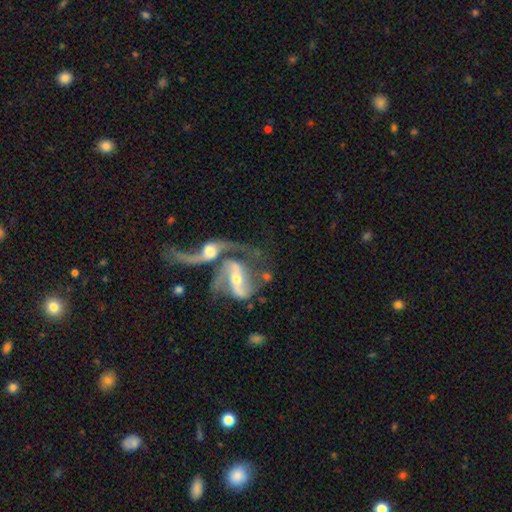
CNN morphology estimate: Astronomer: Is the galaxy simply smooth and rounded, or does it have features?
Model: featured or disk — 79%.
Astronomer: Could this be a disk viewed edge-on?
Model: no — 94%.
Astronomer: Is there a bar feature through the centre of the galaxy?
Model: weak — 39% (runner-up: no, 37%).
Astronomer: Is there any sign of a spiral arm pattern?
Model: yes — 84%.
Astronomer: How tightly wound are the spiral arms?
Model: loose — 40% (runner-up: medium, 39%).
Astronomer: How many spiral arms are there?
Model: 2 — 61%.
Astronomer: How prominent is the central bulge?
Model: moderate — 50% (runner-up: small, 39%).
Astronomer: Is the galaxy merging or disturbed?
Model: merger — 57%.